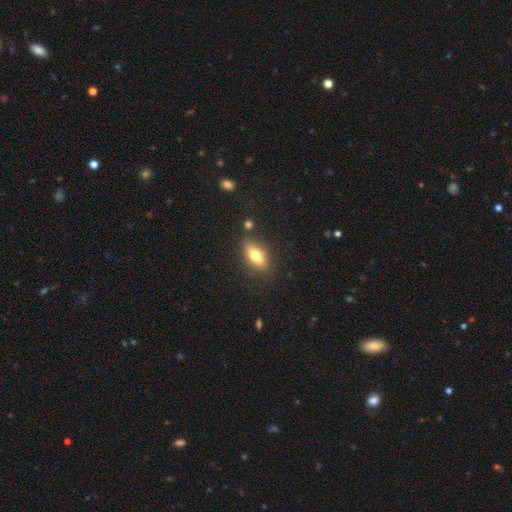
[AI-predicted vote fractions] A smooth galaxy with no disk features (71%) that is in between round and cigar-shaped (79%). Merging: none (81%).